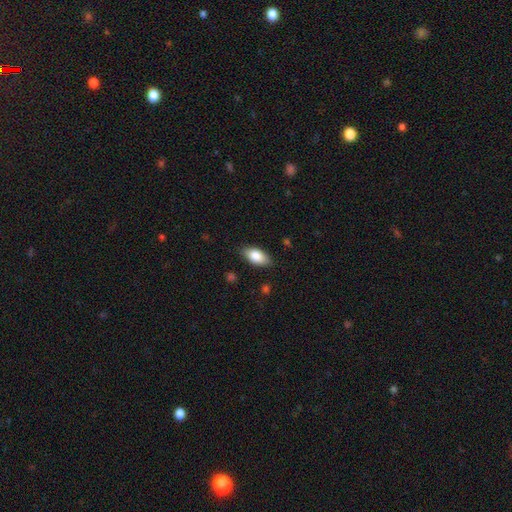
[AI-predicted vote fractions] Morphology: type=smooth (84%); roundness=in between (91%); merging=none (84%).